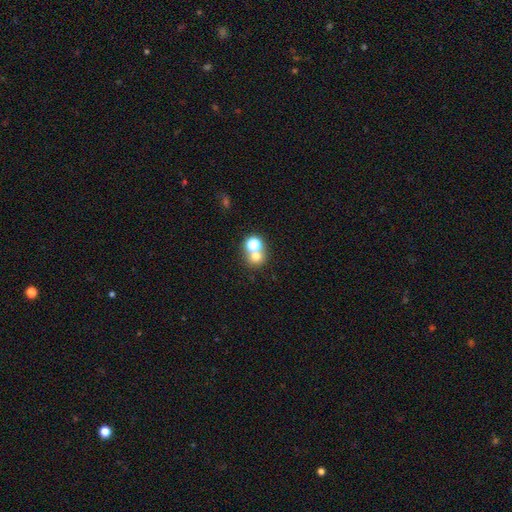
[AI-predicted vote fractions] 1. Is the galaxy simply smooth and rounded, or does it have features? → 67% smooth, 22% star or artifact, 12% featured or disk.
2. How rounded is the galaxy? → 84% round, 15% in between, 1% cigar-shaped.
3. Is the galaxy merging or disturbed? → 51% none, 40% merger, 6% minor disturbance, 3% major disturbance.